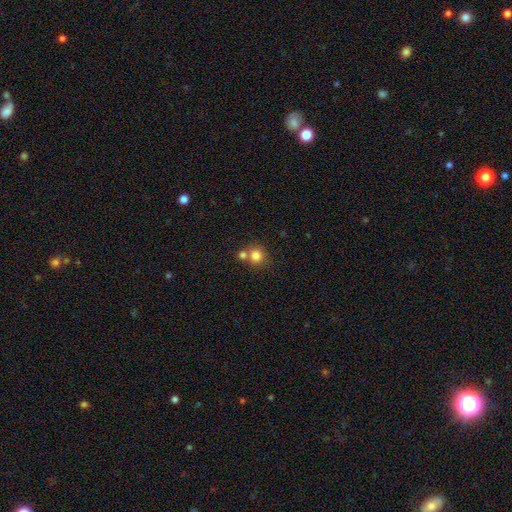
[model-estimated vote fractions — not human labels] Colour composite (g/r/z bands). It shows a smooth galaxy with no disk features (80%) that is round (89%). Merging: none (57%).